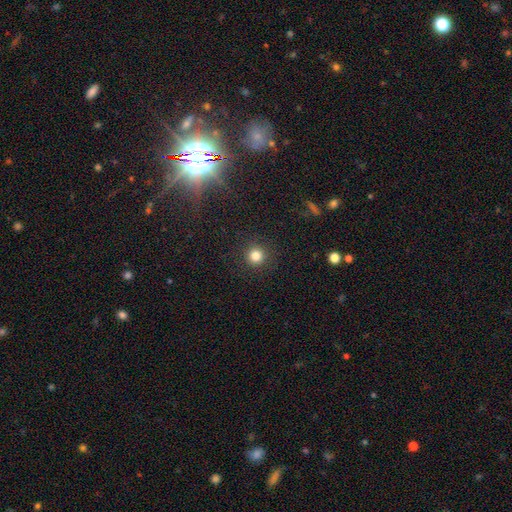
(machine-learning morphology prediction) Smooth or featured: smooth — 82% (star or artifact — 13%)
How rounded: round — 95% (in between — 4%)
Merging: none — 92% (minor disturbance — 5%)